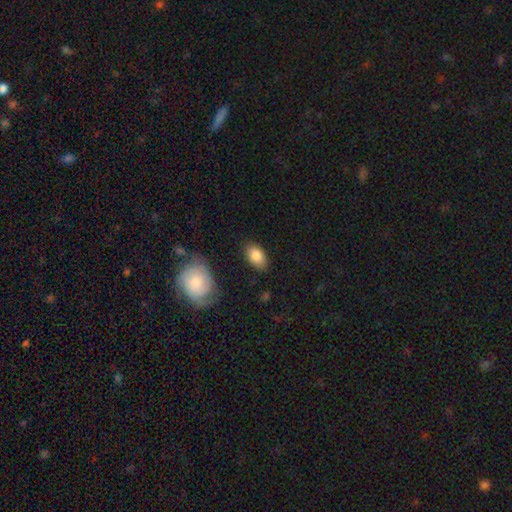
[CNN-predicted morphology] A smooth galaxy with no disk features (86%) that is in between round and cigar-shaped (91%). Merging: none (80%).